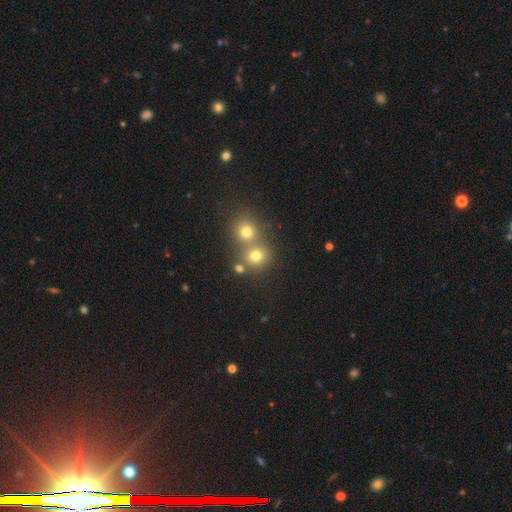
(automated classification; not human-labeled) Q: Smooth or featured?
A: smooth (74%); runner-up: star or artifact (17%)
Q: How rounded?
A: round (85%); runner-up: in between (14%)
Q: Merging?
A: none (52%); runner-up: merger (39%)